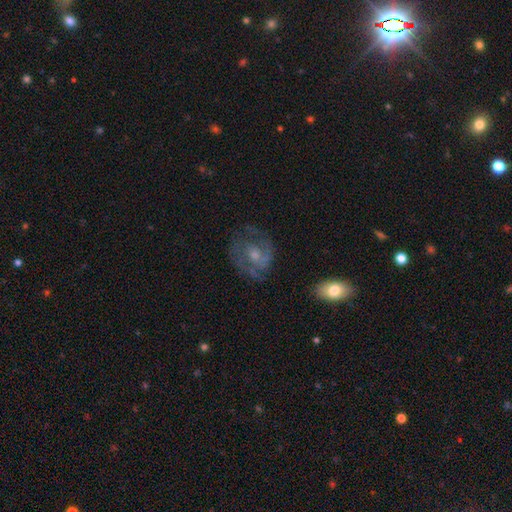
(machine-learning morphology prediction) Smooth or featured: featured or disk — 72% (smooth — 20%)
Edge-on disk: no — 97% (yes — 3%)
Bar: no — 65% (weak — 30%)
Spiral arms: yes — 83% (no — 17%)
Spiral winding: medium — 45% (tight — 38%)
Spiral arm count: 2 — 52% (can't tell — 24%)
Bulge size: moderate — 49% (small — 39%)
Merging: none — 63% (minor disturbance — 20%)